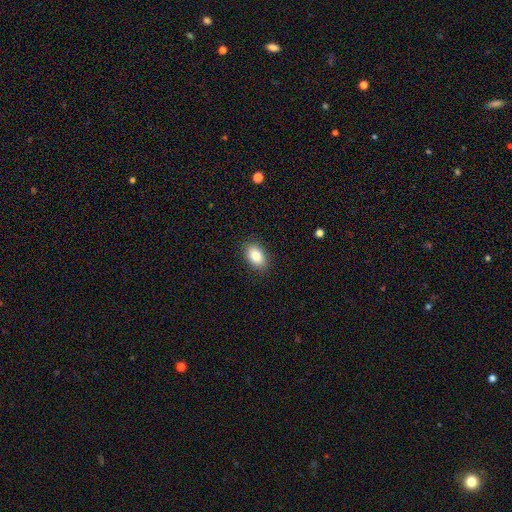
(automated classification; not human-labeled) Overall: smooth (84%). How rounded: in between (89%). Merging: none (88%).